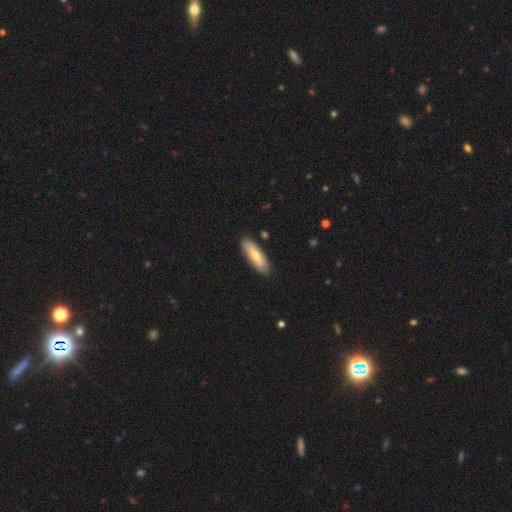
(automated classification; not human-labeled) A smooth galaxy with no disk features (68%) that is cigar-shaped (49%, tied with in between). Merging: none (87%).